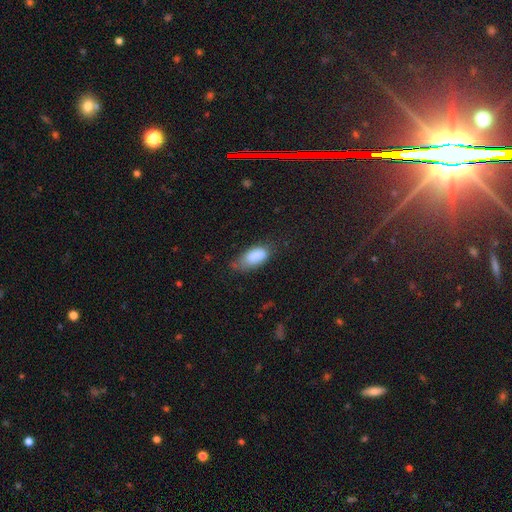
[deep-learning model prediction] Q: Smooth or featured?
A: smooth (84%); runner-up: featured or disk (8%)
Q: How rounded?
A: in between (89%); runner-up: cigar-shaped (8%)
Q: Merging?
A: none (47%); runner-up: minor disturbance (38%)